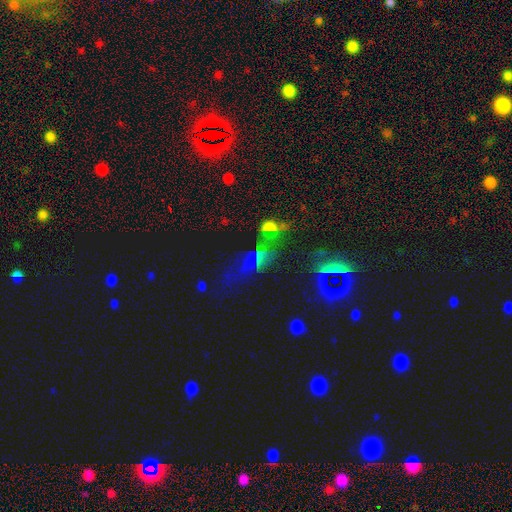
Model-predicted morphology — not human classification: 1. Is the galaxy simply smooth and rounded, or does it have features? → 51% star or artifact, 33% smooth, 16% featured or disk.